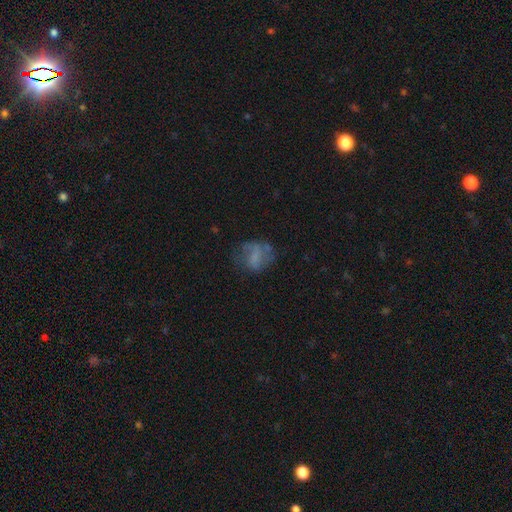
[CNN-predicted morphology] A smooth galaxy with no disk features (51%) that is in between round and cigar-shaped (49%, tied with round).

Vote fractions:
- Smooth or featured? smooth: 51% / featured or disk: 36% / star or artifact: 13%
- How rounded? in between: 49% (tied) / round: 49% (tied) / cigar-shaped: 2%
- Merging? none: 50% / minor disturbance: 24% / major disturbance: 22% / merger: 4%